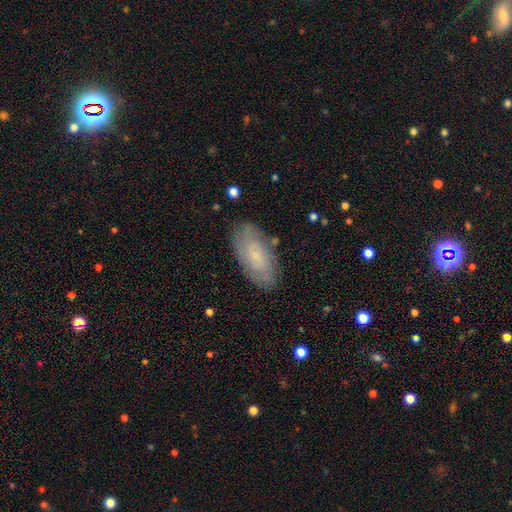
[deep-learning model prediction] Smooth or featured?
  - smooth: 48% *
  - featured or disk: 43%
  - star or artifact: 8%
Merging?
  - none: 81% *
  - minor disturbance: 14%
  - major disturbance: 3%
  - merger: 2%